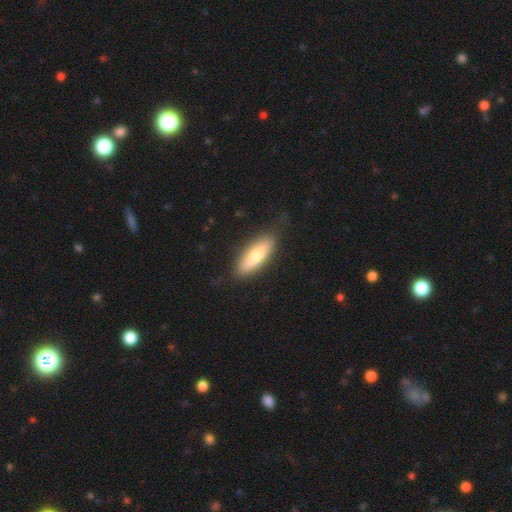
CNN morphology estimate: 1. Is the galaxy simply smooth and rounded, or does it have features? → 69% smooth, 25% featured or disk, 6% star or artifact.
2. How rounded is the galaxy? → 55% in between, 43% cigar-shaped, 2% round.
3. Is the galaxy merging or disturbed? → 79% none, 16% minor disturbance, 4% major disturbance, 1% merger.